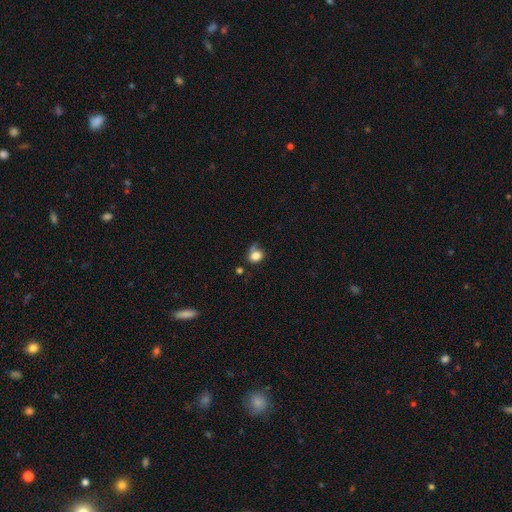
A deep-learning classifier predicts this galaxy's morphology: type=smooth (78%); roundness=round (53%); merging=none (42%).